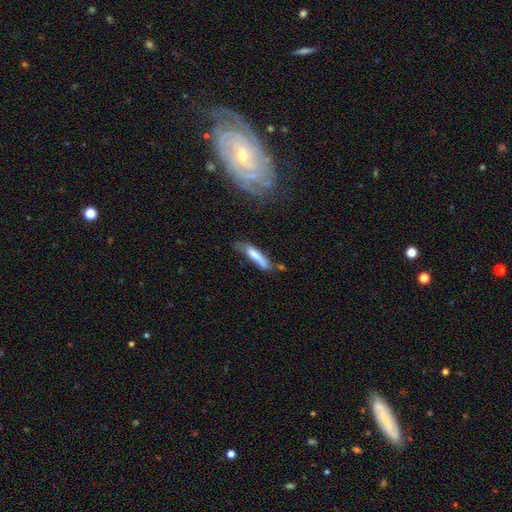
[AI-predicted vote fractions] This is likely a smooth galaxy (71%). How rounded: likely cigar-shaped (79%). Merging: marginally none (42%).